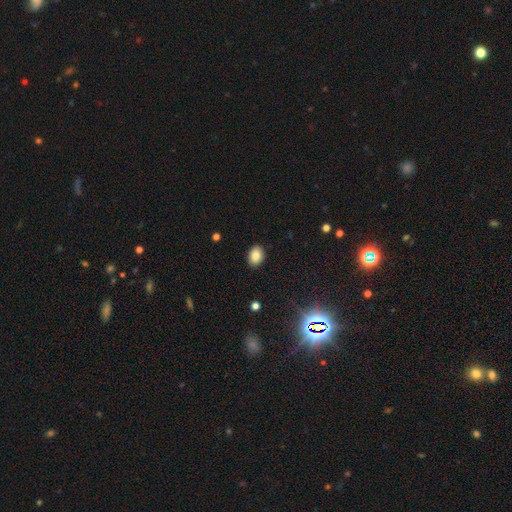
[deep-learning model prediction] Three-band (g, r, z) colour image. It shows a smooth galaxy with no disk features (86%) that is in between round and cigar-shaped (74%). Merging: none (88%).